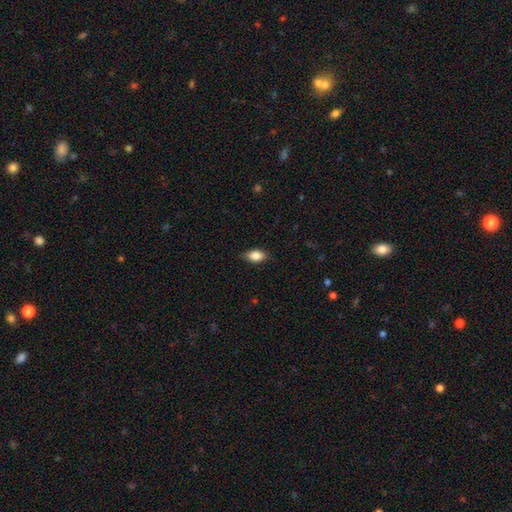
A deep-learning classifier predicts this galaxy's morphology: Smooth or featured? Predicted: smooth (p=0.84). How rounded? Predicted: in between (p=0.88). Merging? Predicted: none (p=0.83).